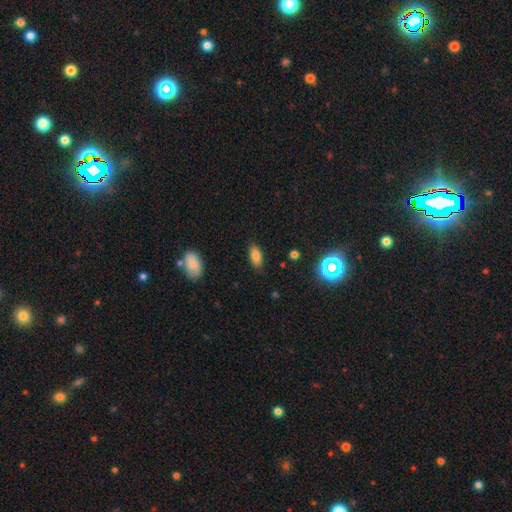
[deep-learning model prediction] A smooth galaxy with no disk features (82%) that is in between round and cigar-shaped (91%). Merging: none (84%).